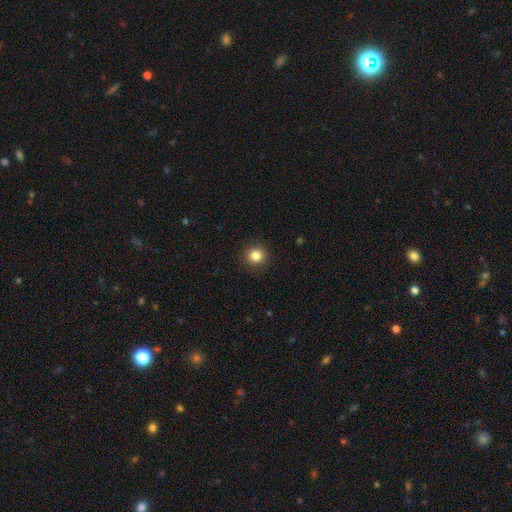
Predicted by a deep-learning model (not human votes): This appears to be a smooth galaxy with no disk features (84%) that is round (93%). Merging: none (92%).